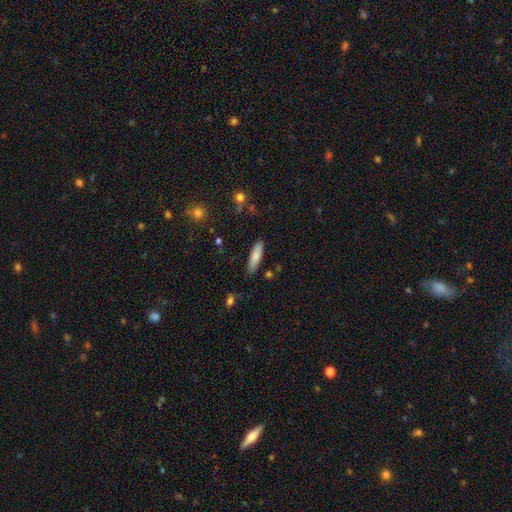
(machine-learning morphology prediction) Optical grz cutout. It shows a smooth galaxy with no disk features (80%) that is cigar-shaped (67%). Merging: none (85%).